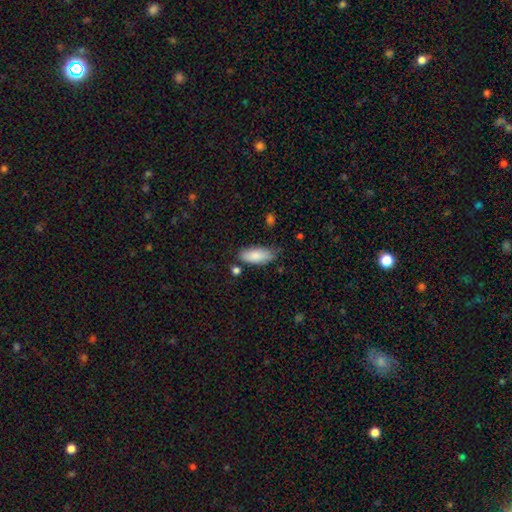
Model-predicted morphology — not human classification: This is clearly a smooth galaxy (86%). How rounded: clearly in between (85%). Merging: likely none (70%).